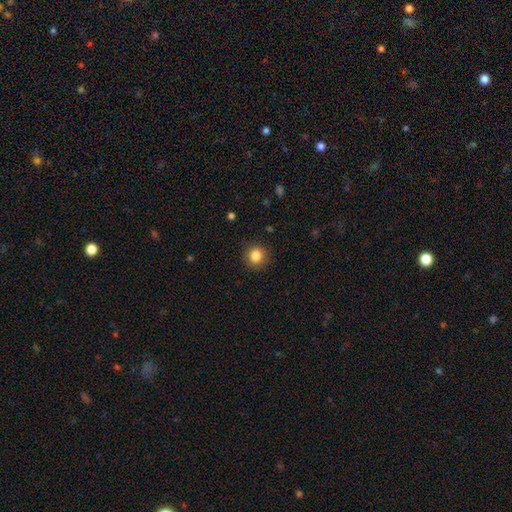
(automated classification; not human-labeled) smooth 84%, star or artifact 11%, featured or disk 5%. Down the decision tree: how rounded — round (87%); merging — none (89%).